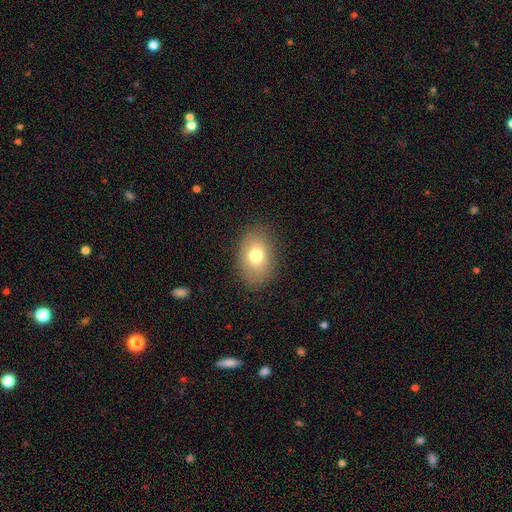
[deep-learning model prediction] smooth 74%, featured or disk 16%, star or artifact 10%. Down the decision tree: how rounded — in between (82%); merging — none (85%).